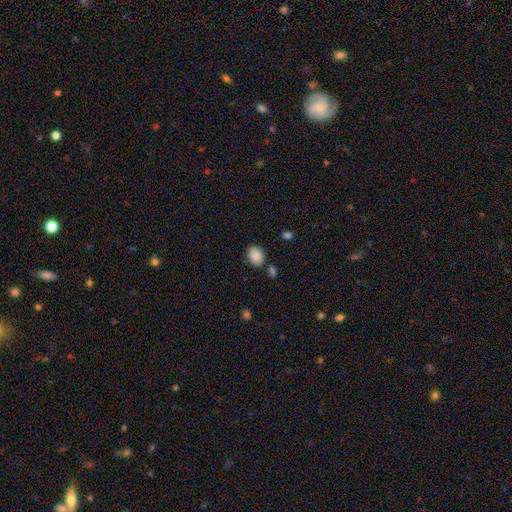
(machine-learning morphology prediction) Overall: smooth (88%). How rounded: in between (54%; round 45%). Merging: none (77%).